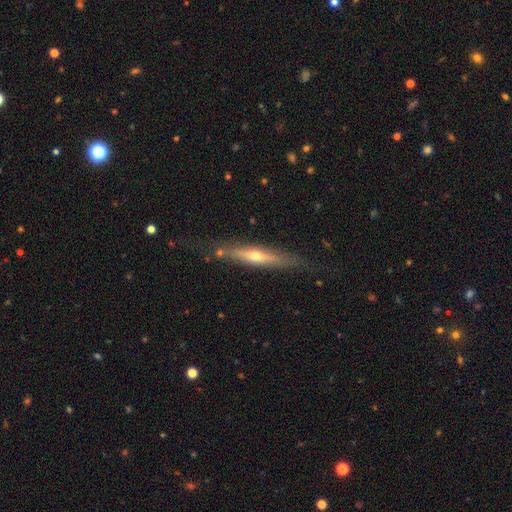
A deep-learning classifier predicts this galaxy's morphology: type=featured or disk (65%); edge-on=yes (89%); edge-on bulge=rounded (83%); merging=none (77%).